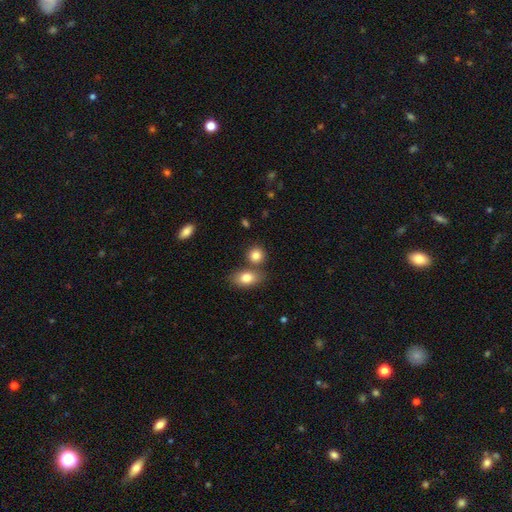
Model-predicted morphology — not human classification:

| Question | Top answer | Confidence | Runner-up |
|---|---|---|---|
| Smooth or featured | smooth | 83% | star or artifact (9%) |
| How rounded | round | 70% | in between (28%) |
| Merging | none | 62% | merger (26%) |